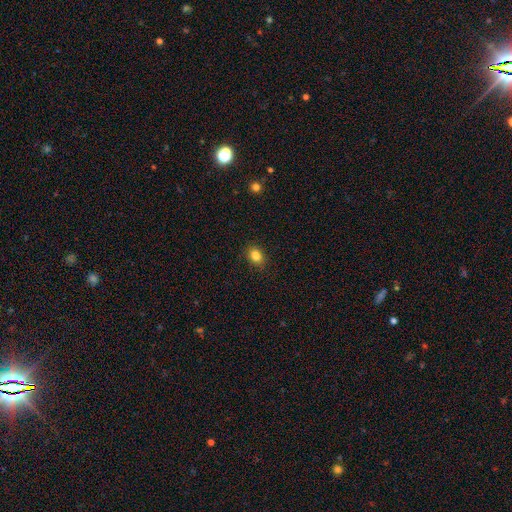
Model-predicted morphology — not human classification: type=smooth (85%); roundness=in between (68%); merging=none (88%).